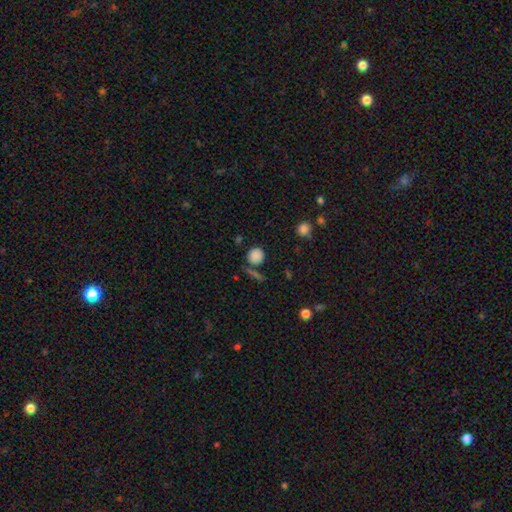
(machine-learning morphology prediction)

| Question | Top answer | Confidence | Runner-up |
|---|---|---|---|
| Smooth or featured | smooth | 82% | star or artifact (12%) |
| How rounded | round | 89% | in between (10%) |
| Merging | none | 73% | minor disturbance (12%) |